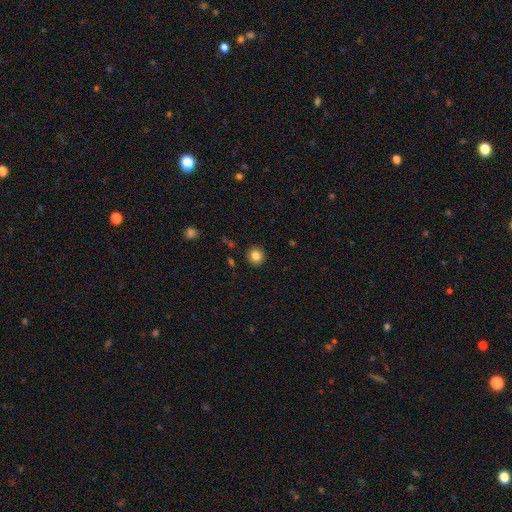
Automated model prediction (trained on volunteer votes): The model was most divided on "smooth or featured": smooth: 83%, star or artifact: 11%, featured or disk: 7%. More confident: merging — none (92%); how rounded — round (91%).